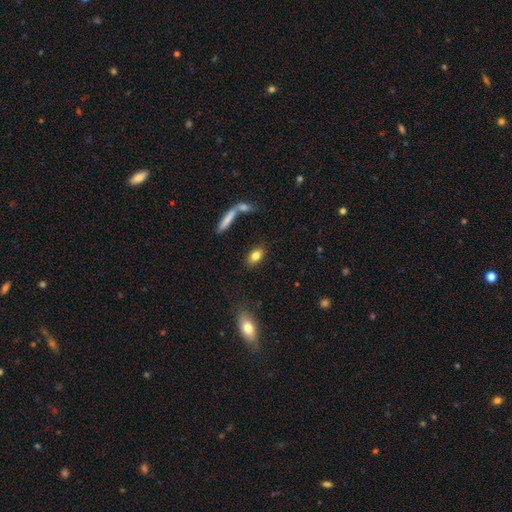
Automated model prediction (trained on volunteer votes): Smooth or featured: smooth — 80% (featured or disk — 11%)
How rounded: in between — 84% (round — 9%)
Merging: none — 80% (minor disturbance — 11%)